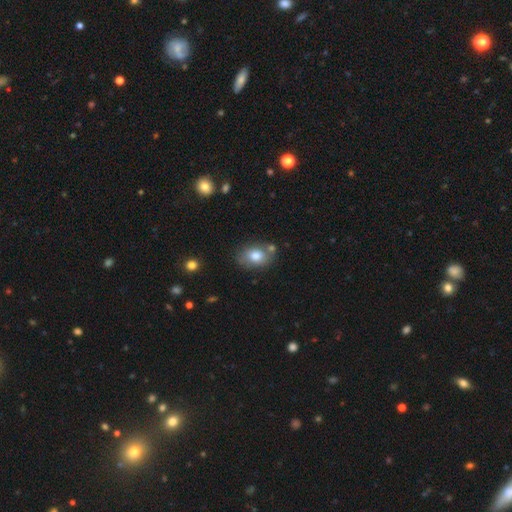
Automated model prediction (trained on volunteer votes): A smooth galaxy with no disk features (79%) that is in between round and cigar-shaped (76%). Merging: none (69%).